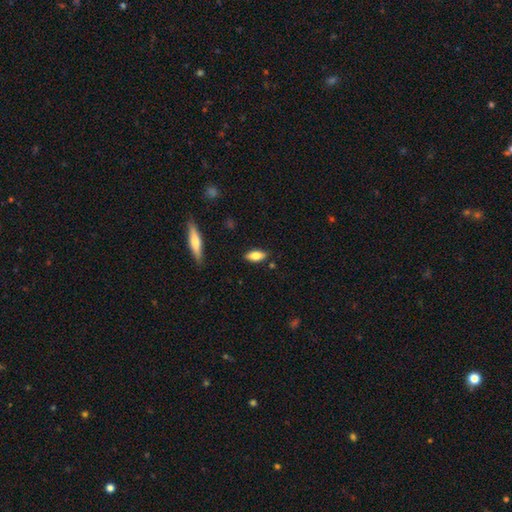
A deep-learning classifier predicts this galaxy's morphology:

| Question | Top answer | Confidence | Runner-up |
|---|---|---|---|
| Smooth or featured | smooth | 71% | featured or disk (22%) |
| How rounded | in between | 78% | cigar-shaped (20%) |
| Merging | none | 85% | minor disturbance (10%) |